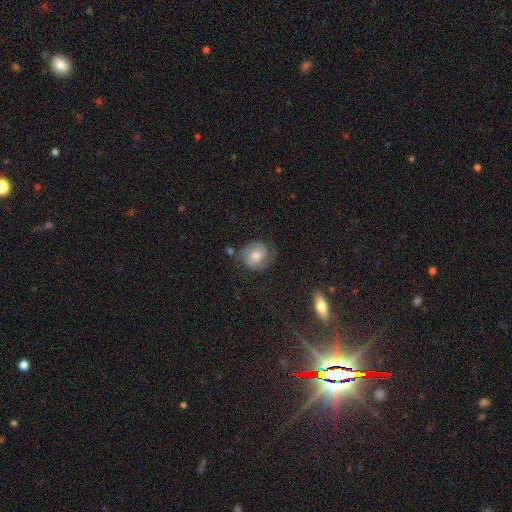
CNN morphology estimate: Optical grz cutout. It shows a featured or disk galaxy (57%) with no bar (63%), spiral arms (86%) and a moderate central bulge (68%). Merging: none (65%).